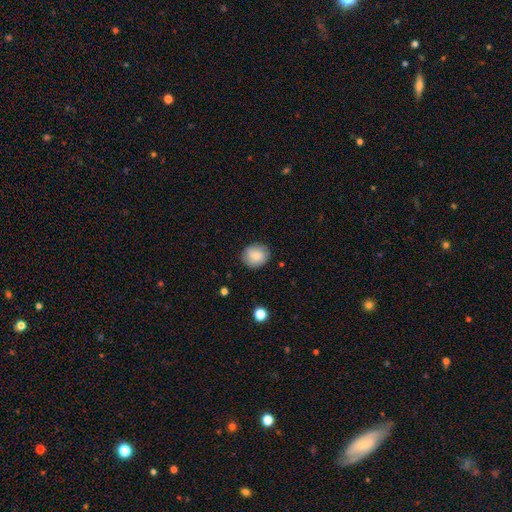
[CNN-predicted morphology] Smooth or featured? Predicted: smooth (p=0.84). How rounded? Predicted: round (p=0.75). Merging? Predicted: none (p=0.85).